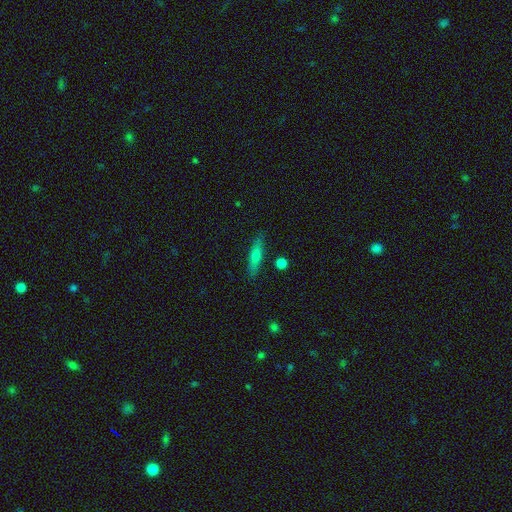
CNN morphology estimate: A smooth galaxy with no disk features (51%) that is cigar-shaped (83%).

Vote fractions:
- Smooth or featured? smooth: 51% / featured or disk: 42% / star or artifact: 8%
- How rounded? cigar-shaped: 83% / in between: 15% / round: 3%
- Merging? none: 87% / minor disturbance: 9% / merger: 2% / major disturbance: 2%